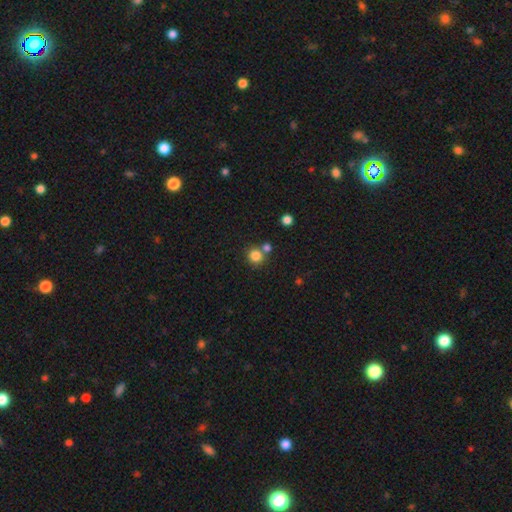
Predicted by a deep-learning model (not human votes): A smooth galaxy with no disk features (82%) that is round (92%). Merging: none (66%).